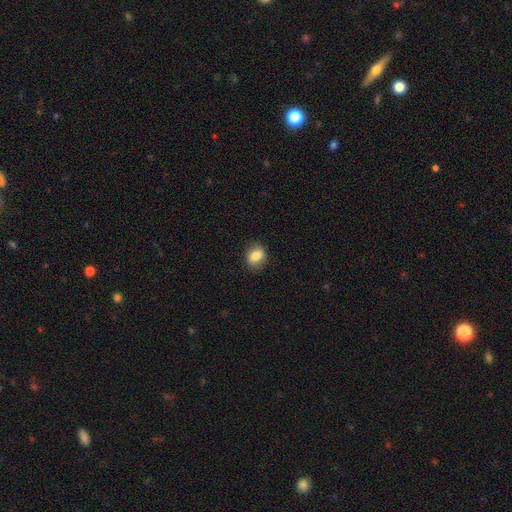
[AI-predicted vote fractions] Smooth or featured: smooth — 83% (star or artifact — 9%)
How rounded: in between — 52% (round — 47%)
Merging: none — 85% (minor disturbance — 12%)